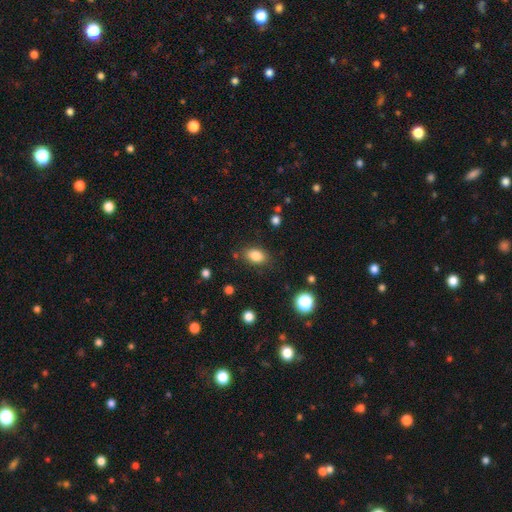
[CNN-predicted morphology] This appears to be a smooth galaxy with no disk features (84%) that is in between round and cigar-shaped (86%). Merging: none (82%).